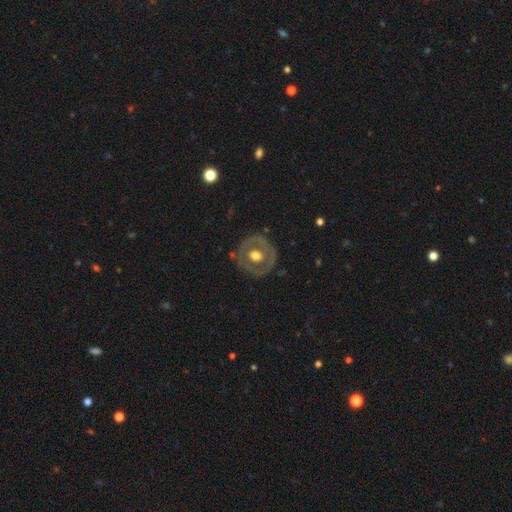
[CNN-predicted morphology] A featured or disk galaxy (59%) with no bar (83%), no spiral arms (86%) and a moderate central bulge (62%). Merging: none (80%).